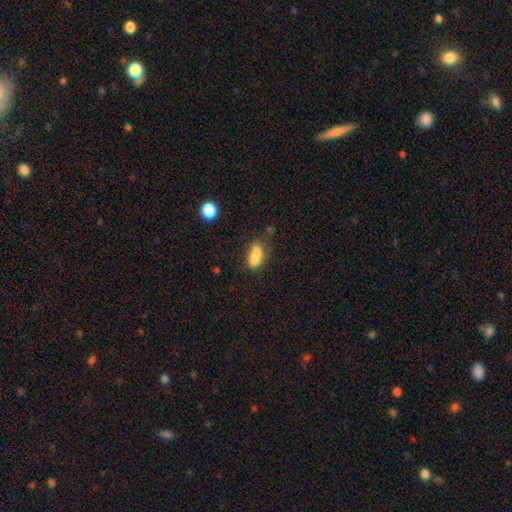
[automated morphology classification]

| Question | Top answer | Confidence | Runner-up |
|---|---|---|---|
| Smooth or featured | smooth | 70% | featured or disk (19%) |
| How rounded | in between | 67% | round (29%) |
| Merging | merger | 61% | none (23%) |